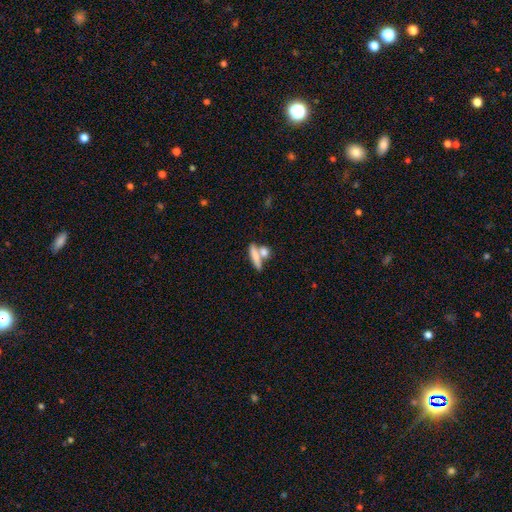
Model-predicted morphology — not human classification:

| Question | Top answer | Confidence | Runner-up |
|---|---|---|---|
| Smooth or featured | smooth | 71% | featured or disk (21%) |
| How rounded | cigar-shaped | 61% | in between (29%) |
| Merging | none | 47% | merger (38%) |